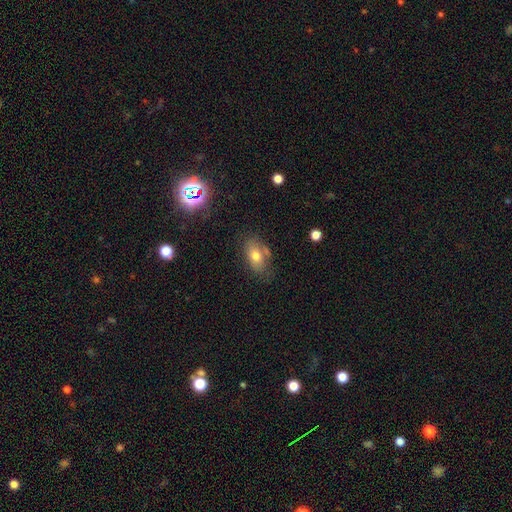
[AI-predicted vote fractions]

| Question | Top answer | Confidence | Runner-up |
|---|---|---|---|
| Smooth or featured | smooth | 70% | featured or disk (19%) |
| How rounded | in between | 87% | round (10%) |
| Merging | none | 64% | minor disturbance (22%) |